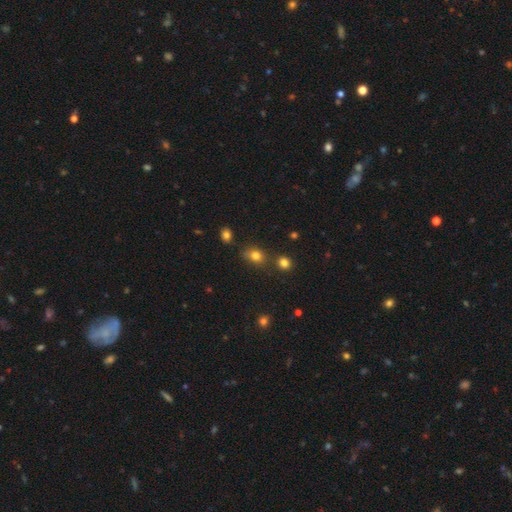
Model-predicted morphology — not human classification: smooth-or-featured: smooth: 78% | star or artifact: 15% | featured or disk: 7%
  how-rounded: round: 53% | in between: 46% | cigar-shaped: 1%
  merging: none: 68% | minor disturbance: 17% | merger: 11% | major disturbance: 5%